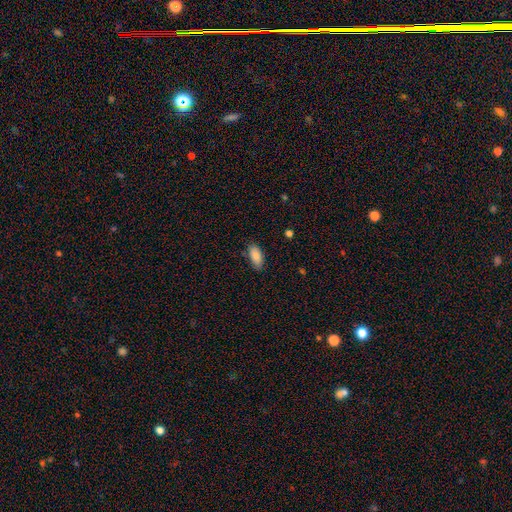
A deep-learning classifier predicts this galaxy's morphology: smooth_or_featured: smooth (p=0.87) [alt: star or artifact p=0.07]
how_rounded: in between (p=0.91) [alt: cigar-shaped p=0.06]
merging: none (p=0.79) [alt: minor disturbance p=0.17]